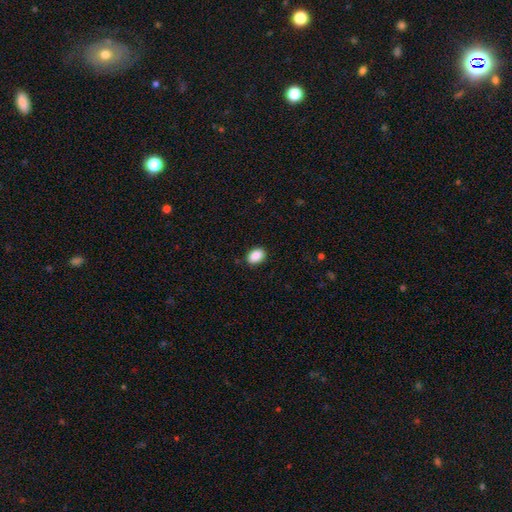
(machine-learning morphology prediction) Smooth or featured?
  - smooth: 90% *
  - star or artifact: 7%
  - featured or disk: 3%
How rounded?
  - in between: 83% *
  - round: 16%
  - cigar-shaped: 1%
Merging?
  - none: 88% *
  - minor disturbance: 9%
  - major disturbance: 2%
  - merger: 1%